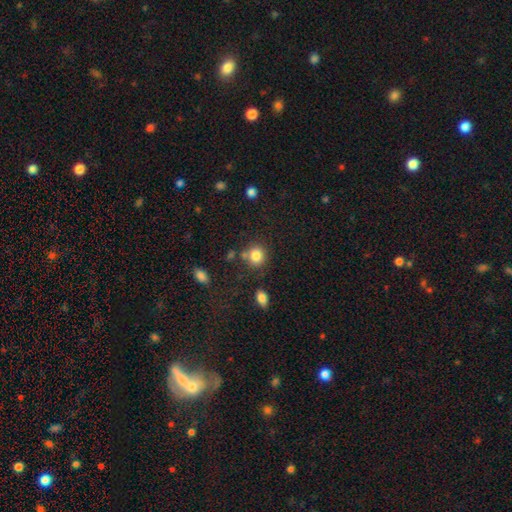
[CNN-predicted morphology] Smooth or featured? Predicted: smooth (p=0.83). How rounded? Predicted: round (p=0.79). Merging? Predicted: none (p=0.72).